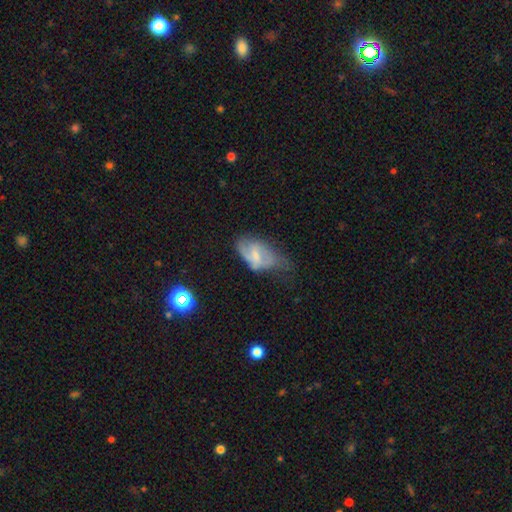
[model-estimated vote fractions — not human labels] Smooth or featured?
  - featured or disk: 55% *
  - smooth: 37%
  - star or artifact: 8%
Edge-on disk?
  - no: 94% *
  - yes: 6%
Bar?
  - weak: 51% *
  - no: 31%
  - strong: 19%
Spiral arms?
  - yes: 68% *
  - no: 32%
Bulge size?
  - small: 46% *
  - moderate: 32%
  - none: 18%
  - large: 3%
  - dominant: 1%
Merging?
  - minor disturbance: 36% *
  - major disturbance: 32%
  - none: 28%
  - merger: 4%